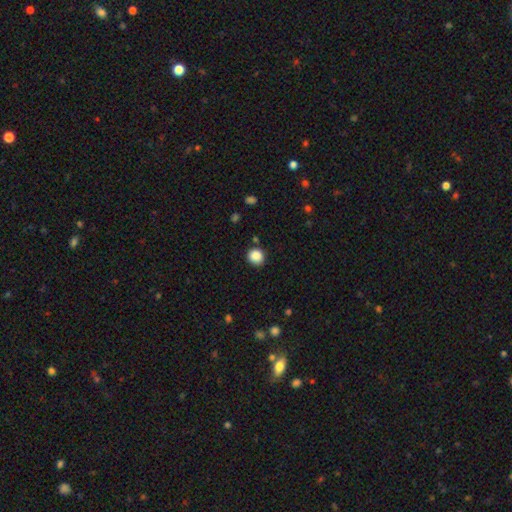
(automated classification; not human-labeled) Smooth or featured? smooth (87%)
How rounded? round (89%)
Merging? none (85%)